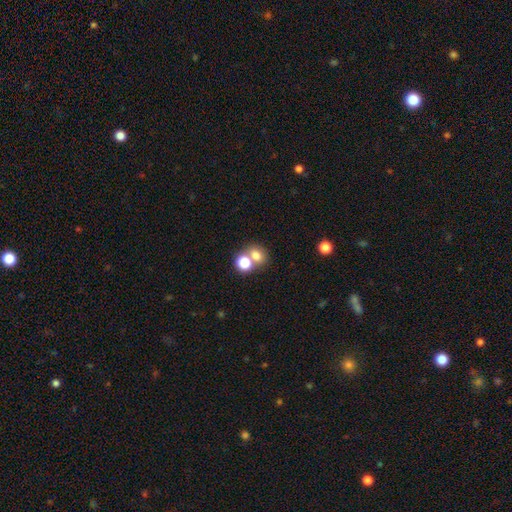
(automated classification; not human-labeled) Smooth or featured?
  - smooth: 75% *
  - star or artifact: 14%
  - featured or disk: 11%
How rounded?
  - round: 61% *
  - in between: 38%
  - cigar-shaped: 1%
Merging?
  - none: 45% *
  - merger: 44%
  - minor disturbance: 7%
  - major disturbance: 4%